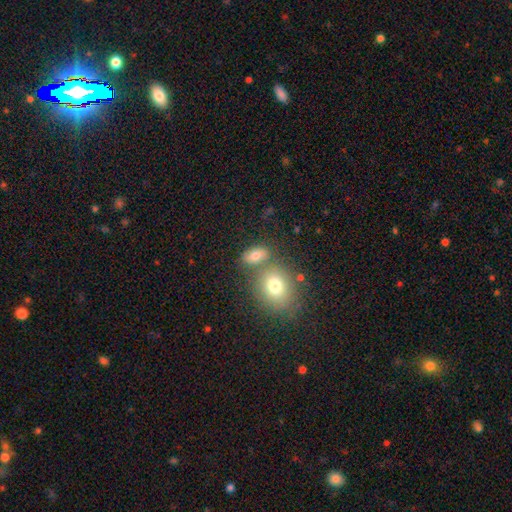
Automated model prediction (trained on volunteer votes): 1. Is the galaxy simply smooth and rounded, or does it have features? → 75% smooth, 13% featured or disk, 12% star or artifact.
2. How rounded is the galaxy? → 78% in between, 19% round, 3% cigar-shaped.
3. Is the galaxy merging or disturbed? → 57% none, 26% merger, 13% minor disturbance, 5% major disturbance.